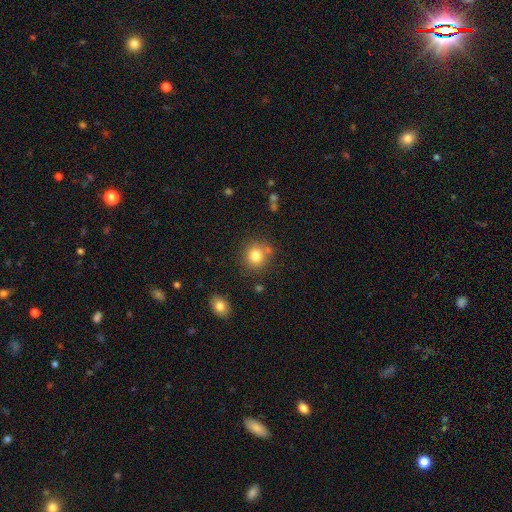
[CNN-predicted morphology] smooth-or-featured: smooth: 81% | star or artifact: 11% | featured or disk: 8%
  how-rounded: round: 89% | in between: 10% | cigar-shaped: 1%
  merging: none: 76% | minor disturbance: 11% | merger: 9% | major disturbance: 4%